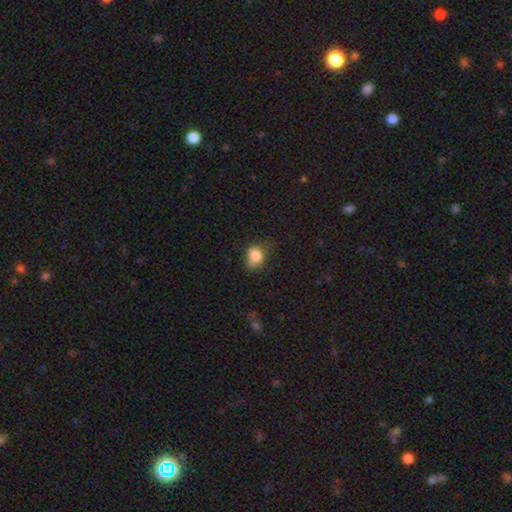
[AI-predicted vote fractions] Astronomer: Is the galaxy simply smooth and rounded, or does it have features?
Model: smooth — 81%.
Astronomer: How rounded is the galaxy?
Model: in between — 53% (runner-up: round, 46%).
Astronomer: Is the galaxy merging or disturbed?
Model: none — 43% (runner-up: minor disturbance, 37%).